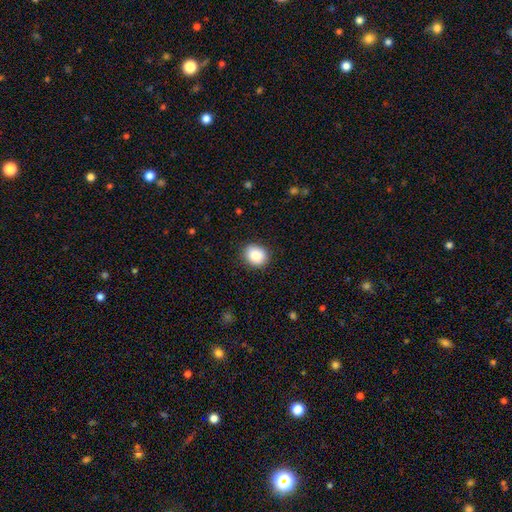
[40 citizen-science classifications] A smooth galaxy with no disk features (90%) that is round (72%). Merging: none (87%).